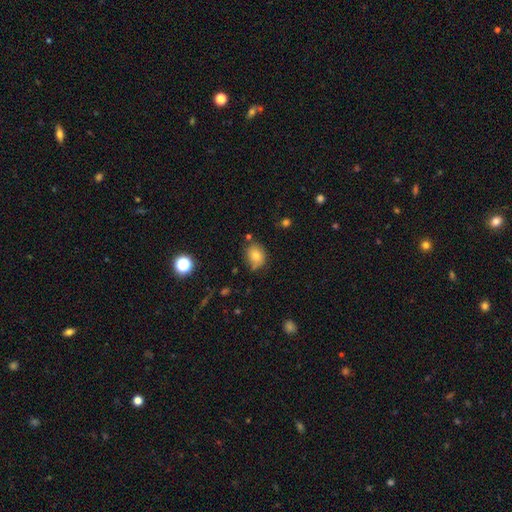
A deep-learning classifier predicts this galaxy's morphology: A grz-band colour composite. It shows a smooth galaxy with no disk features (78%) that is round (51%). Merging: none (68%).